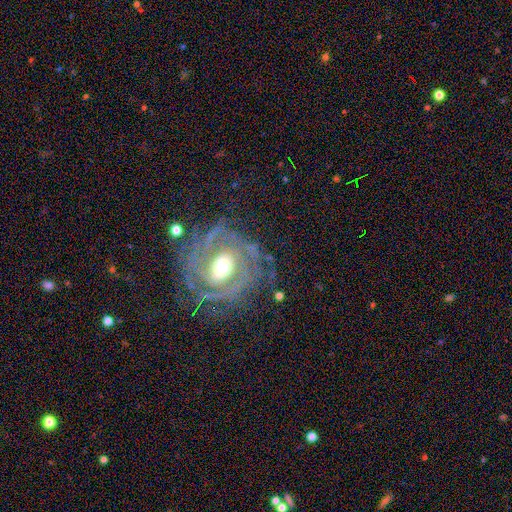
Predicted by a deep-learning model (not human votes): The model was most divided on "spiral arm count": can't tell: 30%, 2: 26%, 3: 22%, 4: 9%, 1: 6%, more than 4: 6%. Remaining: edge-on disk — no (96%); spiral arms — yes (90%); smooth or featured — featured or disk (84%); bulge size — moderate (72%); merging — none (68%); spiral winding — tight (64%); bar — no (42%).